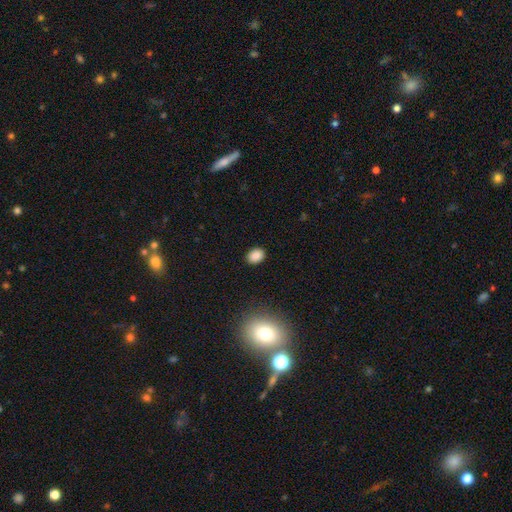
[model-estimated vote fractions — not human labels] This appears to be a smooth galaxy with no disk features (87%) that is in between round and cigar-shaped (69%). Merging: none (89%).